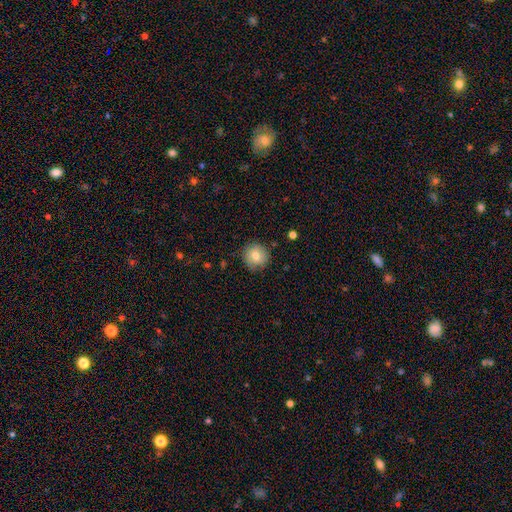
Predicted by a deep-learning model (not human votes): Smooth or featured? Predicted: smooth (p=0.75). How rounded? Predicted: round (p=0.93). Merging? Predicted: none (p=0.82).